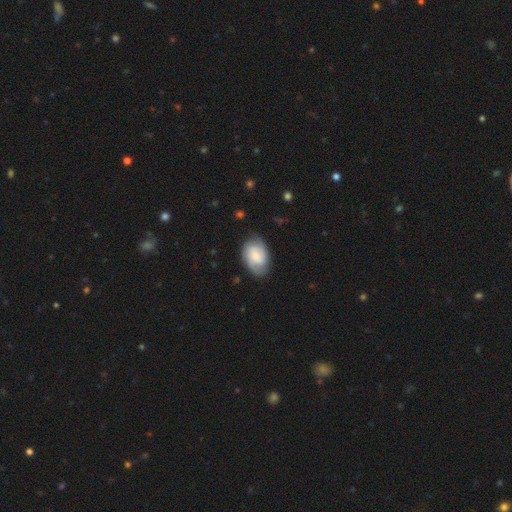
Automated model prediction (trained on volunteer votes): Morphology: type=smooth (51%); roundness=in between (86%); merging=none (72%).